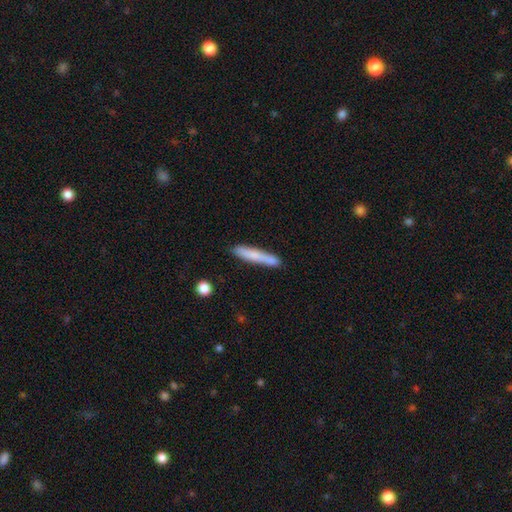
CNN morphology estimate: type=smooth (72%); roundness=cigar-shaped (94%); merging=none (80%).